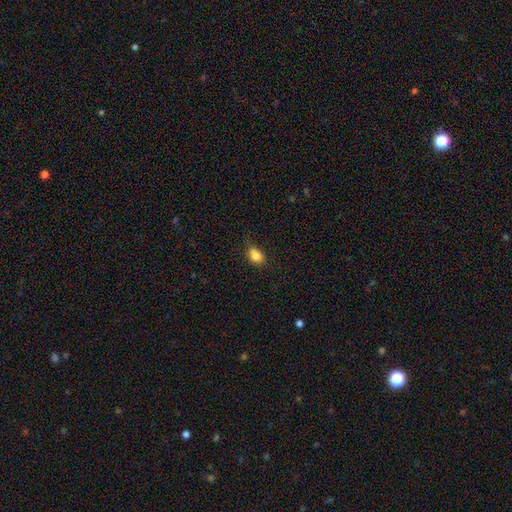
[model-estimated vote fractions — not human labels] Overall: smooth (81%). How rounded: in between (60%; round 38%). Merging: none (51%; minor disturbance 25%).